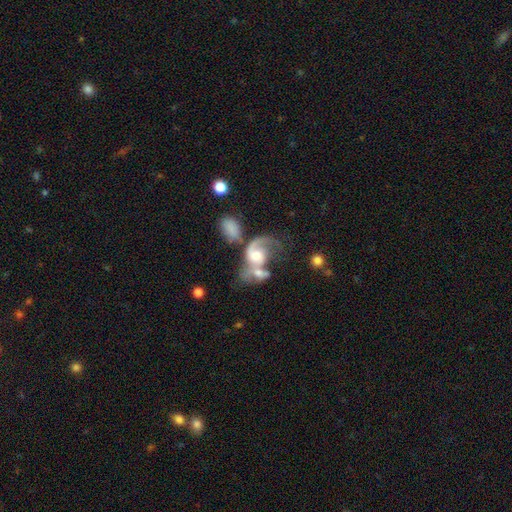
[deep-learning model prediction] Overall: featured or disk (72%). Edge-on disk: no (97%). Bar: no (65%; weak 28%). Spiral arms: yes (85%). Spiral arm count: 1 (48%; 2 43%). Spiral winding: loose (49%; medium 37%). Bulge size: moderate (55%; large 20%). Merging: merger (58%; major disturbance 19%).